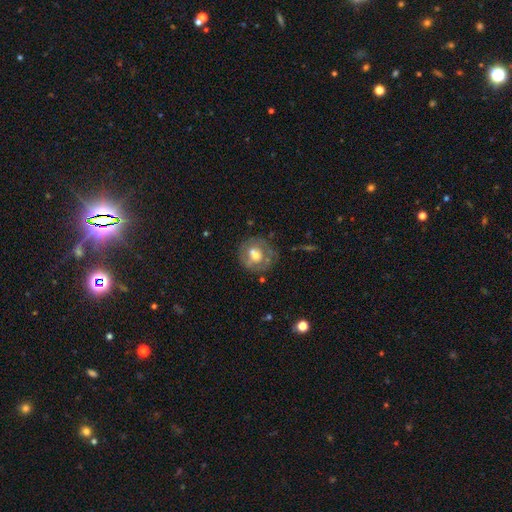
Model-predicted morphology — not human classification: A featured or disk galaxy (48%). Merging: none (59%).